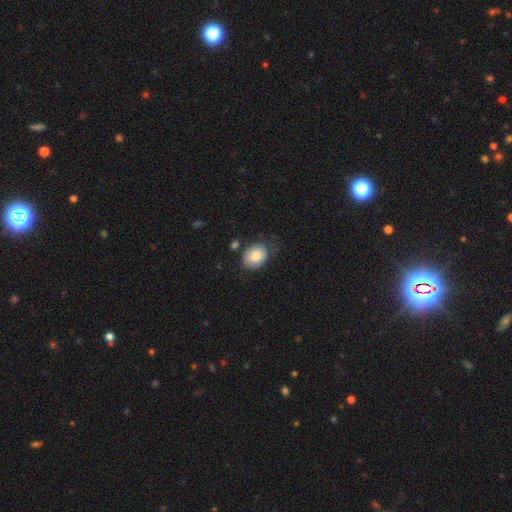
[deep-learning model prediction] This appears to be a smooth galaxy with no disk features (83%) that is in between round and cigar-shaped (65%). Merging: none (59%).